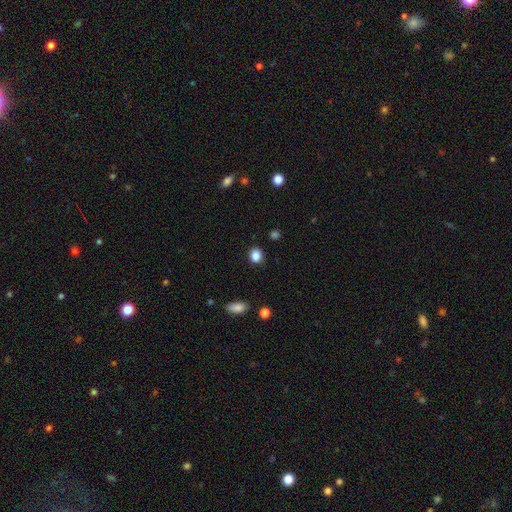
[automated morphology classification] Smooth or featured? Predicted: smooth (p=0.86). How rounded? Predicted: round (p=0.67). Merging? Predicted: none (p=0.87).